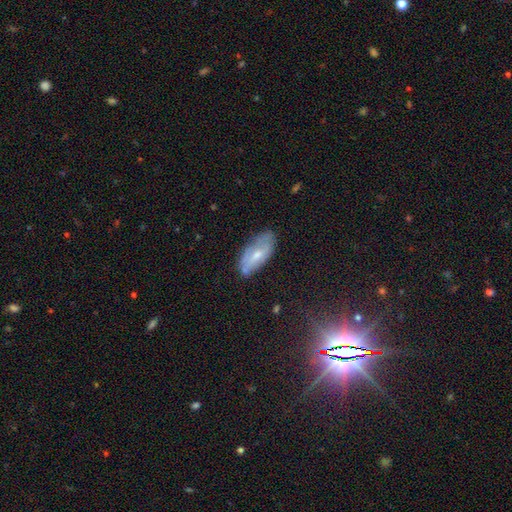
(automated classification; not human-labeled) A smooth galaxy with no disk features (49%).

Vote fractions:
- Smooth or featured? smooth: 49% / featured or disk: 43% / star or artifact: 8%
- Merging? none: 65% / minor disturbance: 25% / major disturbance: 6% / merger: 3%